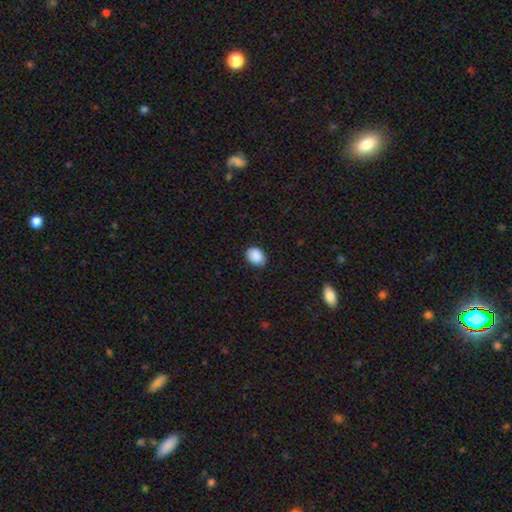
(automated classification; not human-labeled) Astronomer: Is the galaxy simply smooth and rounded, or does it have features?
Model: smooth — 90%.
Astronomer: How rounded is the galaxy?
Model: in between — 72%.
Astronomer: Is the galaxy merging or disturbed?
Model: none — 83%.